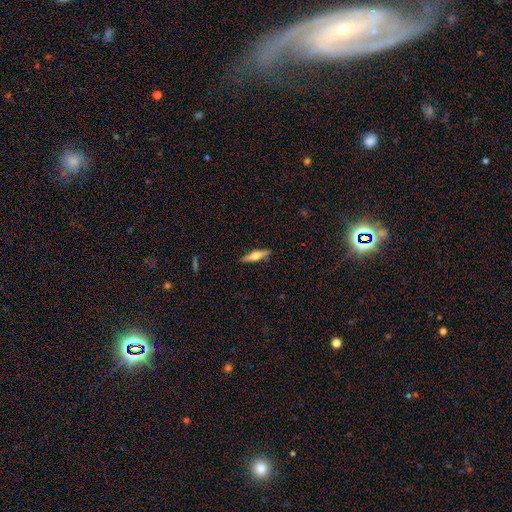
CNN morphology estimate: This appears to be a featured or disk galaxy (57%) viewed edge-on (95%) with a rounded central bulge (92%). Merging: none (88%).